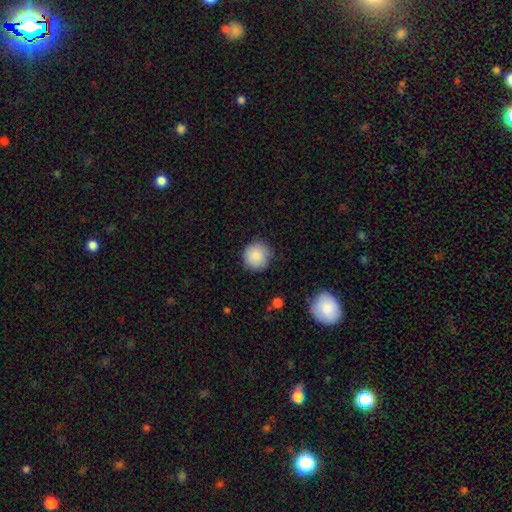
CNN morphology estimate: smooth 86%, star or artifact 8%, featured or disk 6%. Down the decision tree: how rounded — round (94%); merging — none (83%).